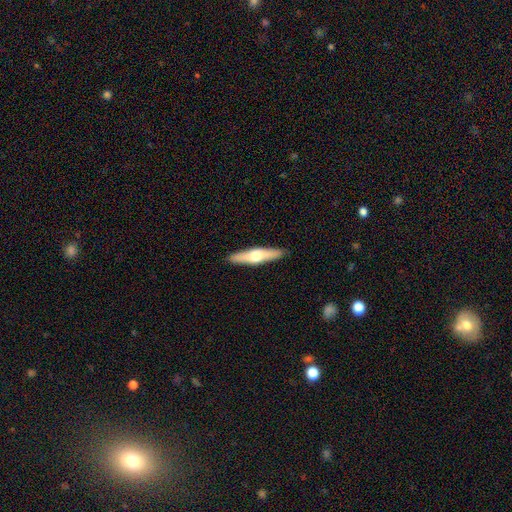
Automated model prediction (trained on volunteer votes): A featured or disk galaxy (49%).

Vote fractions:
- Smooth or featured? featured or disk: 49% / smooth: 46% / star or artifact: 5%
- Merging? none: 90% / minor disturbance: 7% / major disturbance: 1% / merger: 1%